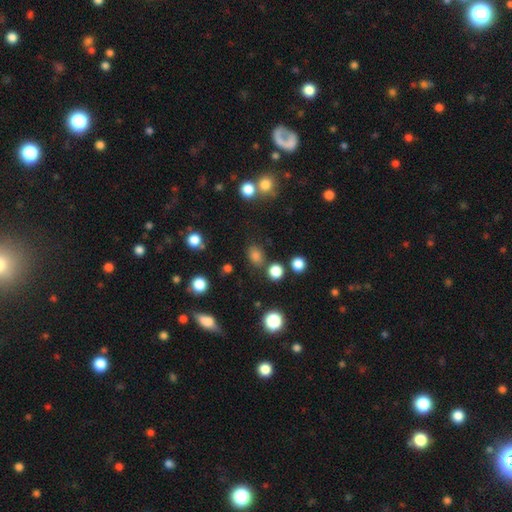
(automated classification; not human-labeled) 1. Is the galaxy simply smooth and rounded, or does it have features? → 76% smooth, 18% star or artifact, 6% featured or disk.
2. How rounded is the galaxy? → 52% in between, 47% round, 2% cigar-shaped.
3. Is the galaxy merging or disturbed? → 78% none, 11% minor disturbance, 6% merger, 4% major disturbance.